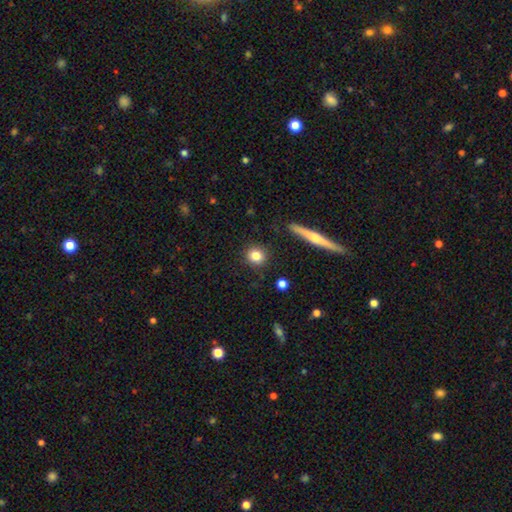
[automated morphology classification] smooth_or_featured: smooth (p=0.82) [alt: featured or disk p=0.09]
how_rounded: round (p=0.88) [alt: in between p=0.10]
merging: none (p=0.89) [alt: minor disturbance p=0.07]